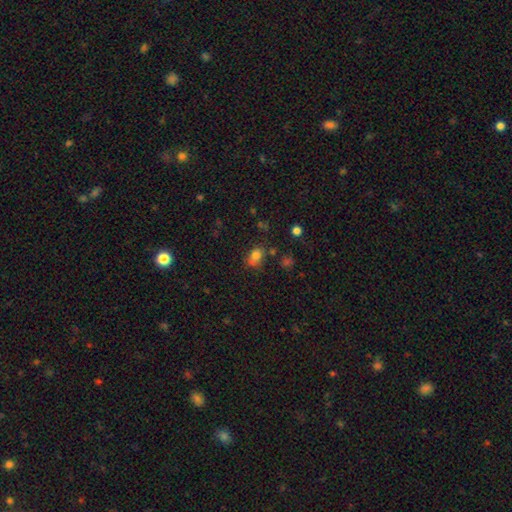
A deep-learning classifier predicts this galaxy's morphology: Q: Smooth or featured?
A: smooth (77%); runner-up: star or artifact (13%)
Q: How rounded?
A: in between (68%); runner-up: round (31%)
Q: Merging?
A: none (62%); runner-up: minor disturbance (23%)